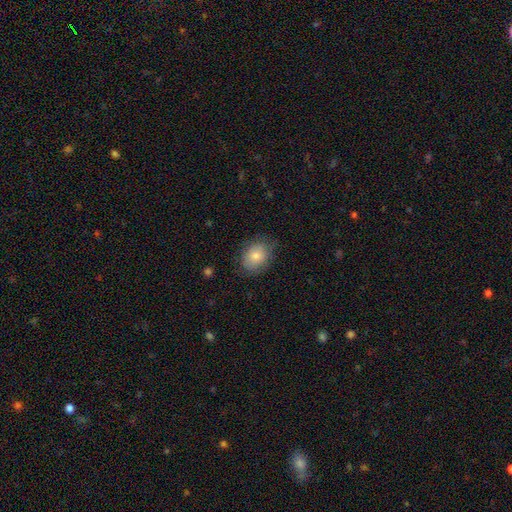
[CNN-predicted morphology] A smooth galaxy with no disk features (80%) that is in between round and cigar-shaped (58%). Merging: none (76%).